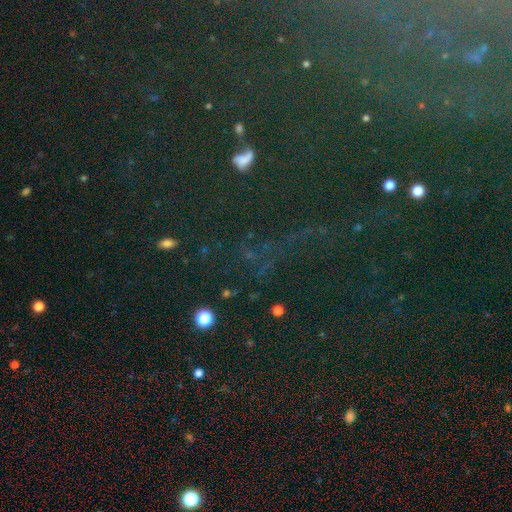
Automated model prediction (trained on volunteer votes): This appears to be a star or artifact, not a galaxy (80%).